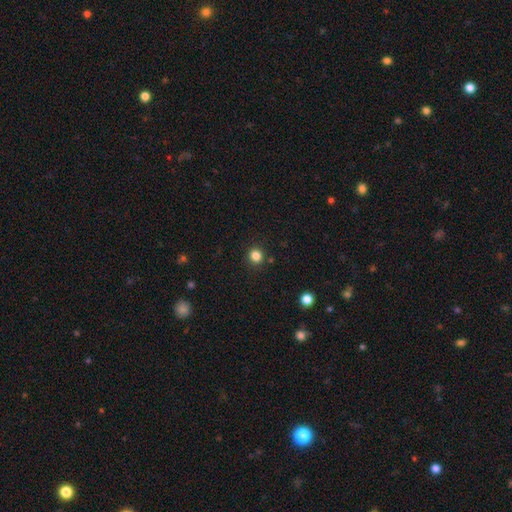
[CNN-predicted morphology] type=smooth (83%); roundness=round (89%); merging=none (89%).